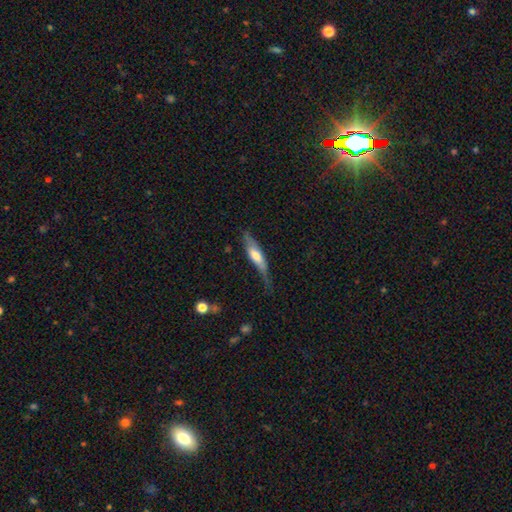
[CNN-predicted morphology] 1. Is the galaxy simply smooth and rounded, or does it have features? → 51% smooth, 43% featured or disk, 6% star or artifact.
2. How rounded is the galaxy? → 68% cigar-shaped, 30% in between, 2% round.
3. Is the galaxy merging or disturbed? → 47% none, 33% minor disturbance, 17% major disturbance, 3% merger.